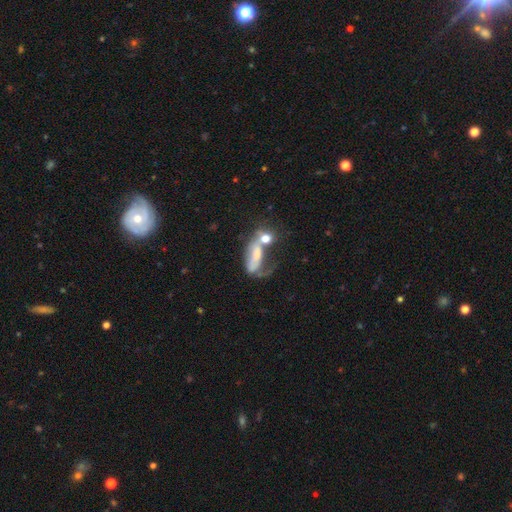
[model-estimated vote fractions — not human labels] A smooth galaxy with no disk features (52%) that is in between round and cigar-shaped (71%). Merging: merger (50%).